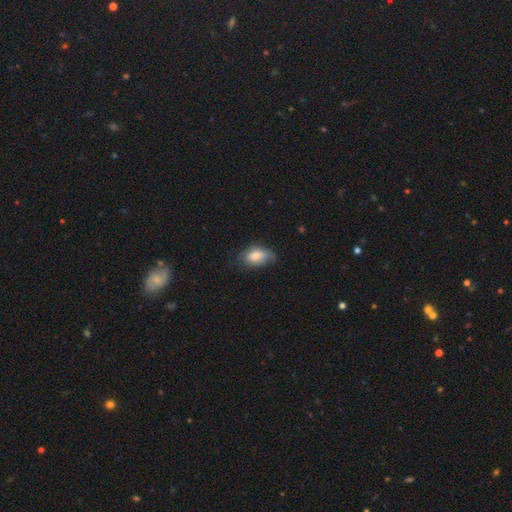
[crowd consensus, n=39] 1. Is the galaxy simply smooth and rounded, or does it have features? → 72% smooth, 18% featured or disk, 10% star or artifact.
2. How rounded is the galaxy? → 100% in between, 0% round, 0% cigar-shaped.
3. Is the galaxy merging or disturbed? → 63% none, 37% minor disturbance, 0% major disturbance, 0% merger.